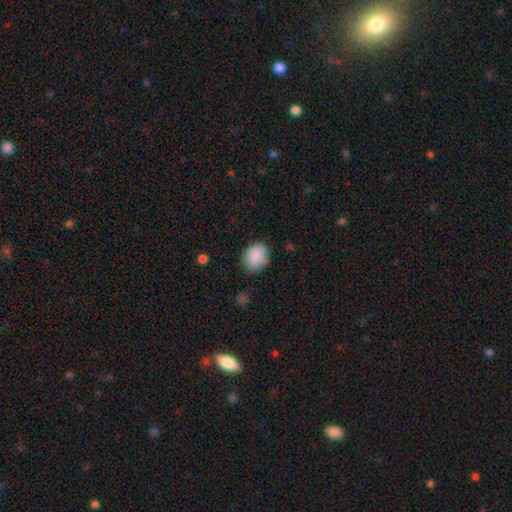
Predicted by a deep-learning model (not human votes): Smooth or featured? smooth (88%)
How rounded? in between (57%)
Merging? none (77%)